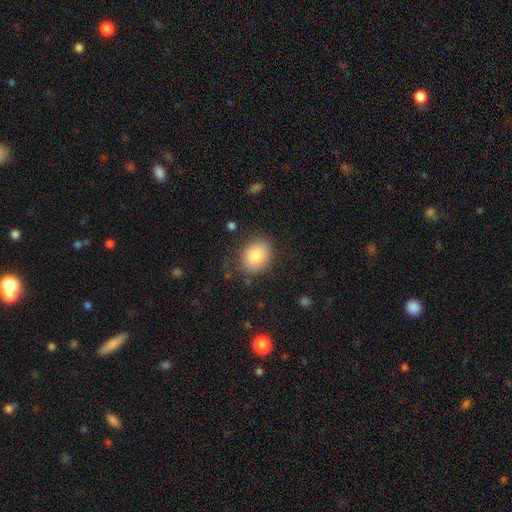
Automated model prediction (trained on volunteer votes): The model was most divided on "how rounded": round: 51%, in between: 48%, cigar-shaped: 1%. More confident: smooth or featured — smooth (82%); merging — none (81%).